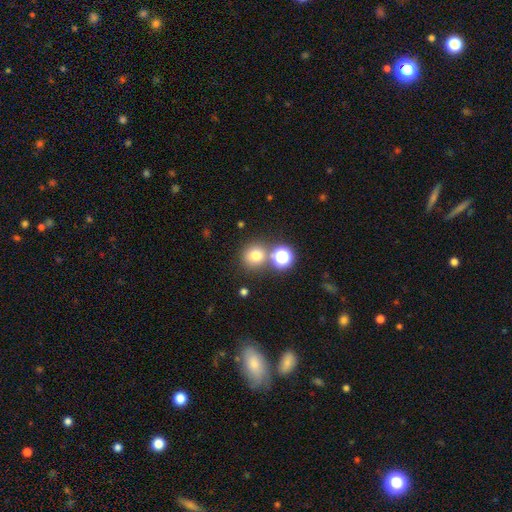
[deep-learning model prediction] Smooth or featured?
  - smooth: 73% *
  - star or artifact: 19%
  - featured or disk: 8%
How rounded?
  - round: 89% *
  - in between: 10%
  - cigar-shaped: 1%
Merging?
  - none: 70% *
  - merger: 18%
  - minor disturbance: 8%
  - major disturbance: 4%